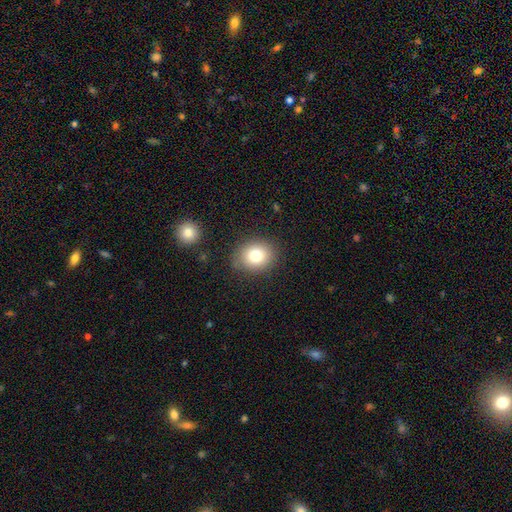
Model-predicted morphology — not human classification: smooth_or_featured: smooth (p=0.78) [alt: featured or disk p=0.11]
how_rounded: round (p=0.61) [alt: in between p=0.38]
merging: none (p=0.83) [alt: minor disturbance p=0.12]